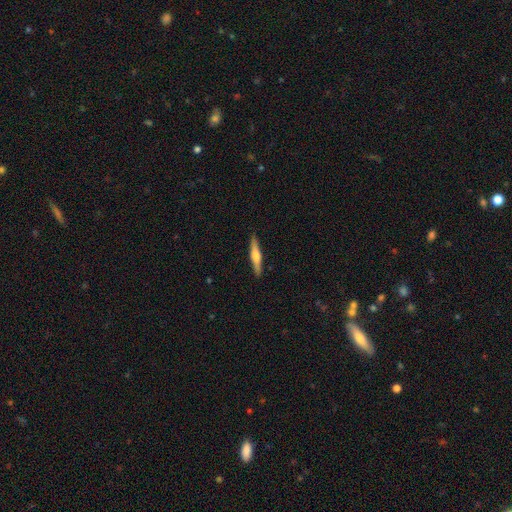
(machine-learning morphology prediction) smooth-or-featured: featured or disk: 51% | smooth: 44% | star or artifact: 5%
  disk-edge-on: yes: 96% | no: 4%
  merging: none: 91% | minor disturbance: 7% | major disturbance: 1% | merger: 1%